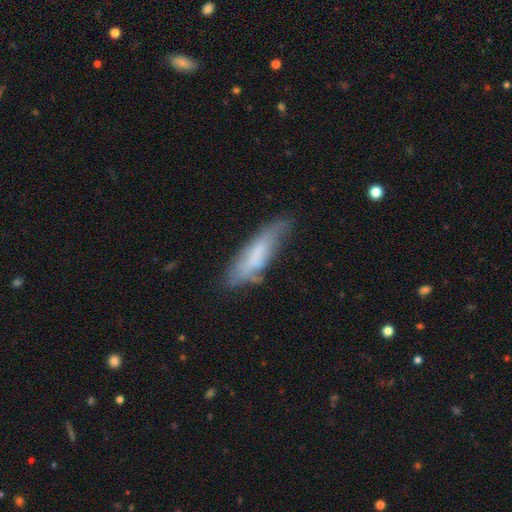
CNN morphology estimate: Overall: smooth (58%; featured or disk 34%). How rounded: cigar-shaped (61%; in between 38%). Merging: none (52%; minor disturbance 31%).